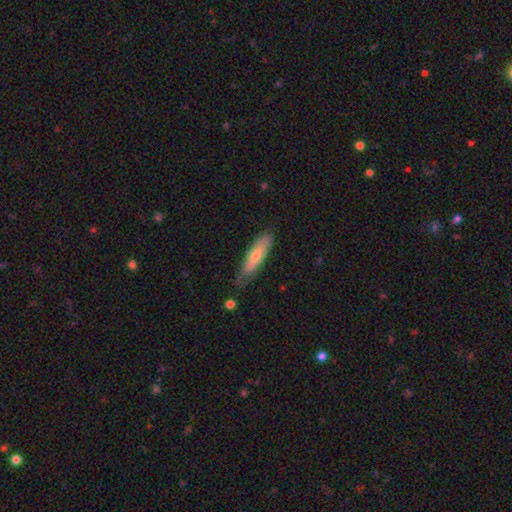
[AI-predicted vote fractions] The model was most divided on "how rounded": cigar-shaped: 61%, in between: 37%, round: 2%. More confident: merging — none (68%); smooth or featured — smooth (62%).